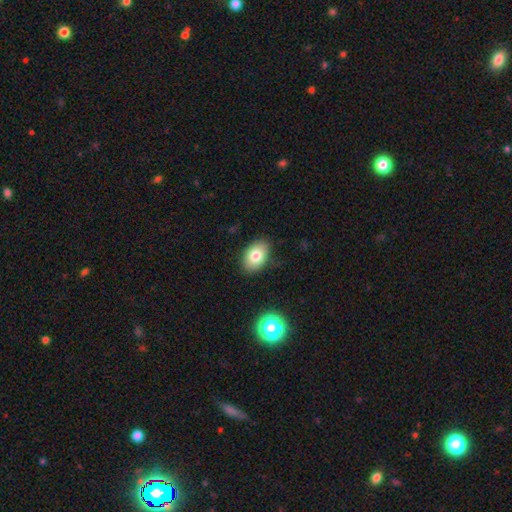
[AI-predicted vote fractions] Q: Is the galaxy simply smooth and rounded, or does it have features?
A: smooth — 79%.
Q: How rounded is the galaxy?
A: in between — 87%.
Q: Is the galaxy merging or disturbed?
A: none — 85%.